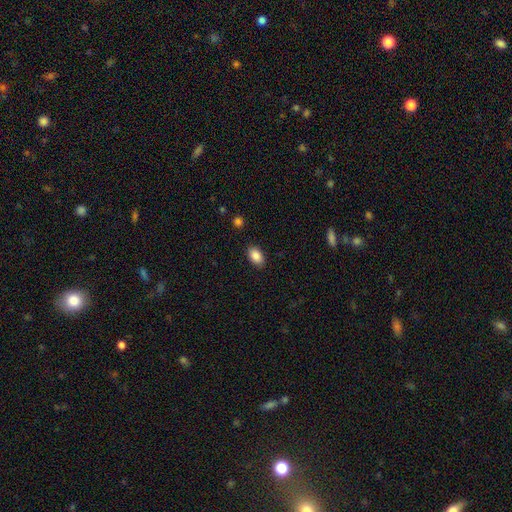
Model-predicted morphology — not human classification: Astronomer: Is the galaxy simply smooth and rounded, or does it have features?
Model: smooth — 88%.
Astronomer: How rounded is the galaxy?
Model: in between — 90%.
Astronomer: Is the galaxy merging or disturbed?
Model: none — 87%.